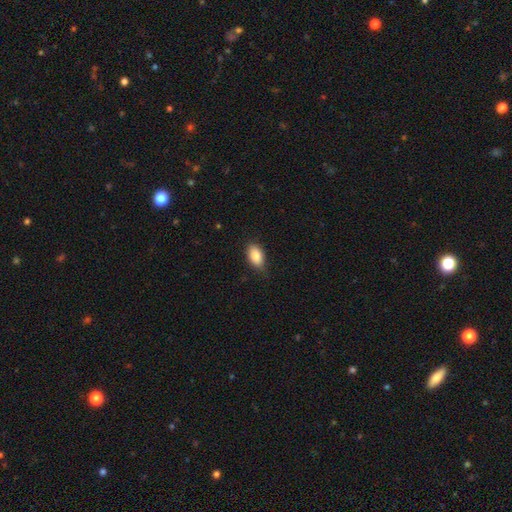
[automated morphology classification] The model was most divided on "merging": none: 78%, minor disturbance: 18%, major disturbance: 3%, merger: 1%. More confident: how rounded — in between (92%); smooth or featured — smooth (87%).